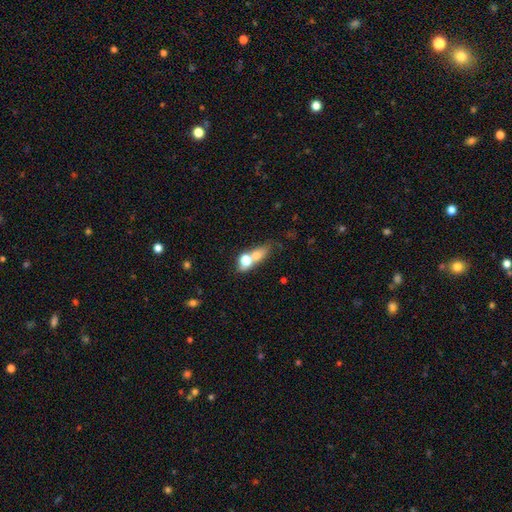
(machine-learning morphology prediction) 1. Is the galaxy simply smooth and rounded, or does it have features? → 64% smooth, 22% featured or disk, 14% star or artifact.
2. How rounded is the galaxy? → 51% in between, 33% round, 16% cigar-shaped.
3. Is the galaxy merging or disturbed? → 48% merger, 32% none, 11% minor disturbance, 9% major disturbance.